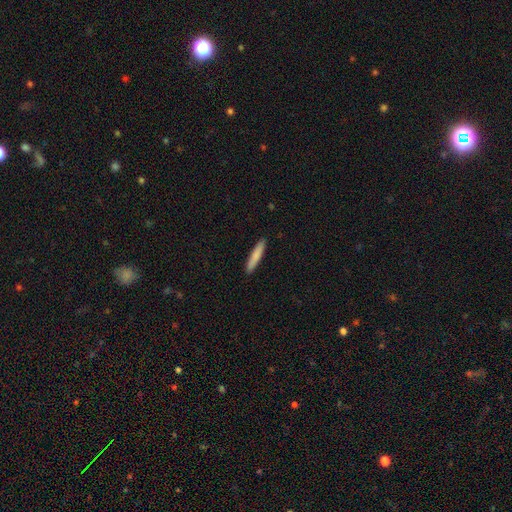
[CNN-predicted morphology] The model was most divided on "smooth or featured": smooth: 82%, featured or disk: 13%, star or artifact: 5%. More confident: how rounded — cigar-shaped (92%); merging — none (91%).